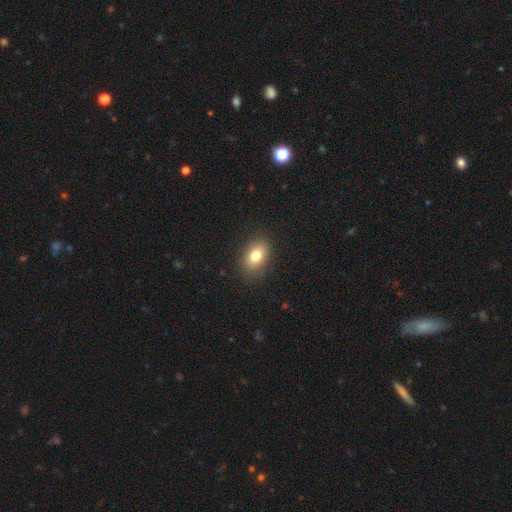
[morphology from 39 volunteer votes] Smooth or featured? 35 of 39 (90%) said smooth. How rounded? 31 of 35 (89%) said in between. Merging? 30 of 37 (81%) said none.